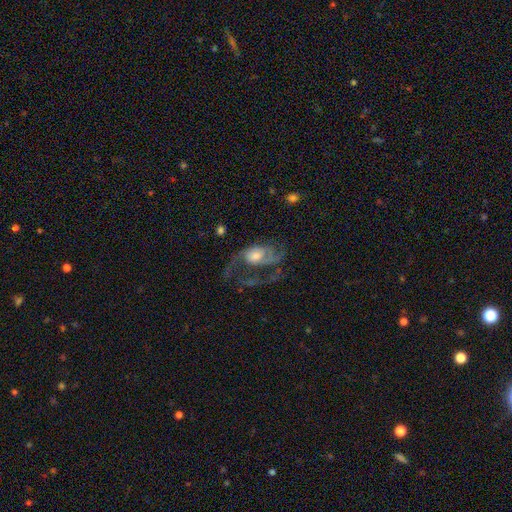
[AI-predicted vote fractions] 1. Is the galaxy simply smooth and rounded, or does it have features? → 76% featured or disk, 17% smooth, 7% star or artifact.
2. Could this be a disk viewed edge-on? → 96% no, 4% yes.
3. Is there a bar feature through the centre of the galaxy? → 66% no, 28% weak, 7% strong.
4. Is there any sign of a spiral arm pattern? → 86% yes, 14% no.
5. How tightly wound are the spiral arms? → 45% loose, 42% medium, 13% tight.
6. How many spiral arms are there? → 46% 2, 18% 1, 14% 3, 13% can't tell, 4% 4, 4% more than 4.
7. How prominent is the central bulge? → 52% moderate, 22% large, 19% small, 4% none, 3% dominant.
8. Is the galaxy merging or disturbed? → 48% major disturbance, 33% none, 16% minor disturbance, 3% merger.